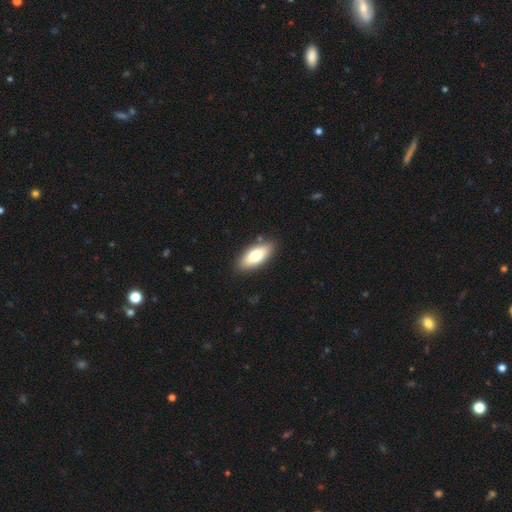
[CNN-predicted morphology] This appears to be a smooth galaxy with no disk features (73%) that is in between round and cigar-shaped (84%). Merging: none (86%).